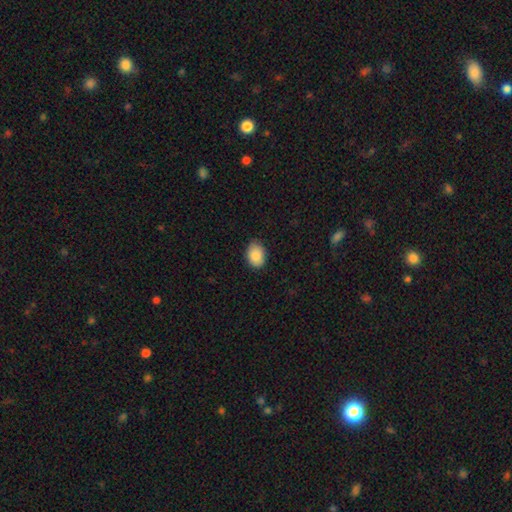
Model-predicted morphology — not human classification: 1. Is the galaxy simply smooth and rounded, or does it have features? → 87% smooth, 7% star or artifact, 5% featured or disk.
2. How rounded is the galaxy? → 76% in between, 23% round, 1% cigar-shaped.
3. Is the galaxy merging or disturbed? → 80% none, 17% minor disturbance, 2% major disturbance, 1% merger.